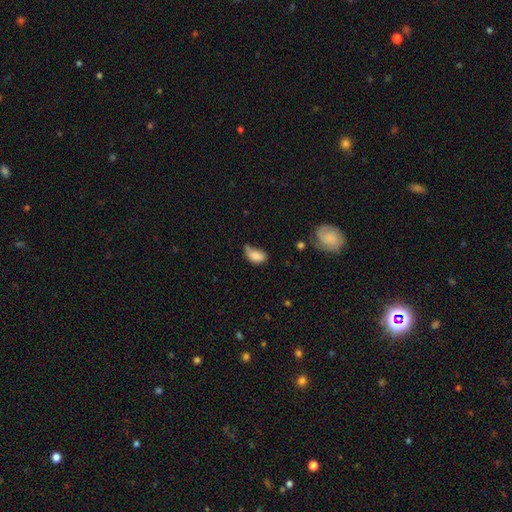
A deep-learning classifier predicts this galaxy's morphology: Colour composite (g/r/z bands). It shows a smooth galaxy with no disk features (81%) that is in between round and cigar-shaped (88%). Merging: minor disturbance (39%).